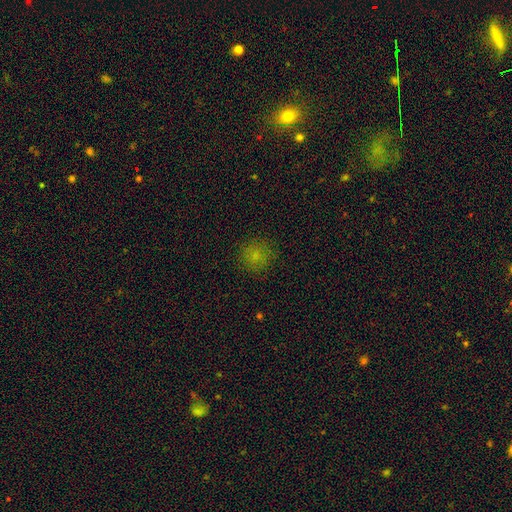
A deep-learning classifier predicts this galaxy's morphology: This appears to be a smooth galaxy with no disk features (77%) that is round (91%). Merging: none (85%).